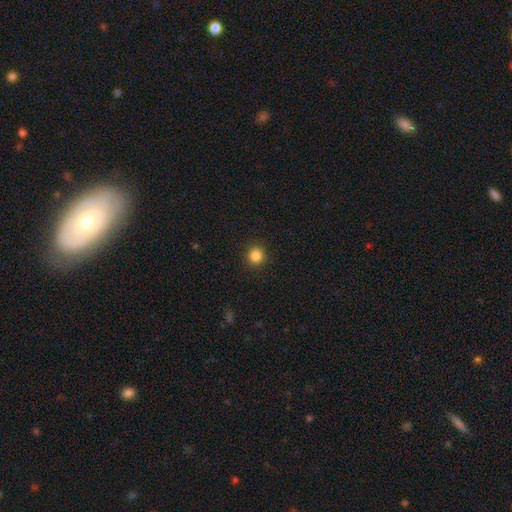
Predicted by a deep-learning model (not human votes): smooth-or-featured: smooth: 84% | star or artifact: 12% | featured or disk: 4%
  how-rounded: round: 93% | in between: 6% | cigar-shaped: 1%
  merging: none: 92% | minor disturbance: 5% | major disturbance: 2% | merger: 1%